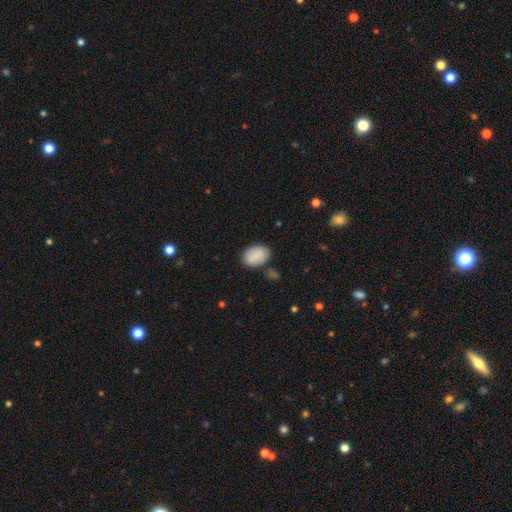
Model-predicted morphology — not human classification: Smooth or featured?
  - smooth: 87% *
  - star or artifact: 7%
  - featured or disk: 6%
How rounded?
  - in between: 85% *
  - round: 14%
  - cigar-shaped: 1%
Merging?
  - none: 77% *
  - minor disturbance: 14%
  - merger: 5%
  - major disturbance: 4%